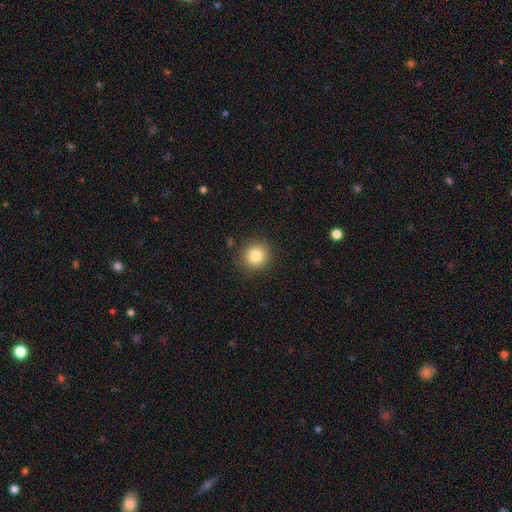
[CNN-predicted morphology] Smooth or featured? Predicted: smooth (p=0.83). How rounded? Predicted: round (p=0.87). Merging? Predicted: none (p=0.88).